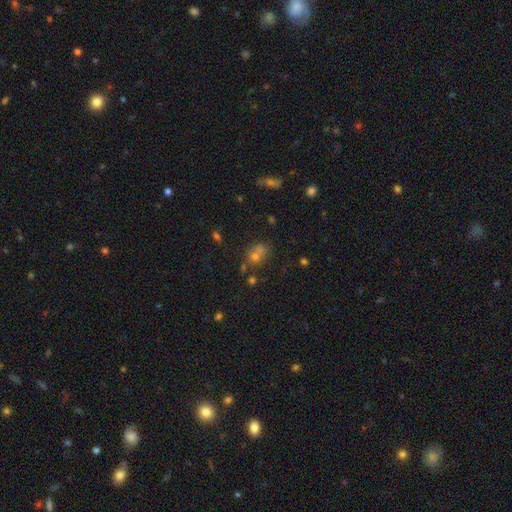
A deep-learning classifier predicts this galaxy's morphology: The model was most divided on "how rounded": round: 57%, in between: 41%, cigar-shaped: 2%. Remaining: smooth or featured — smooth (56%); merging — none (49%).